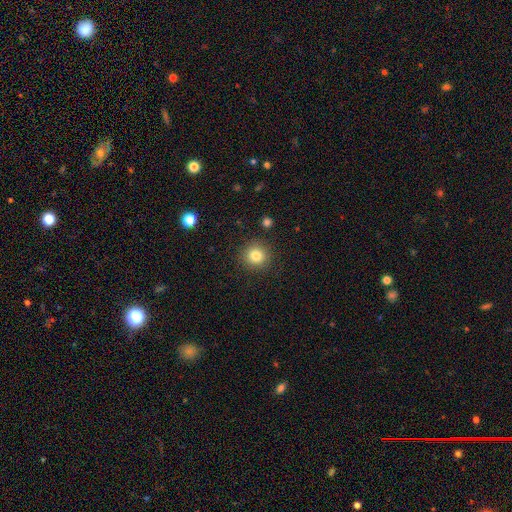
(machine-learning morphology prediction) This appears to be a smooth galaxy with no disk features (81%) that is round (93%). Merging: none (90%).